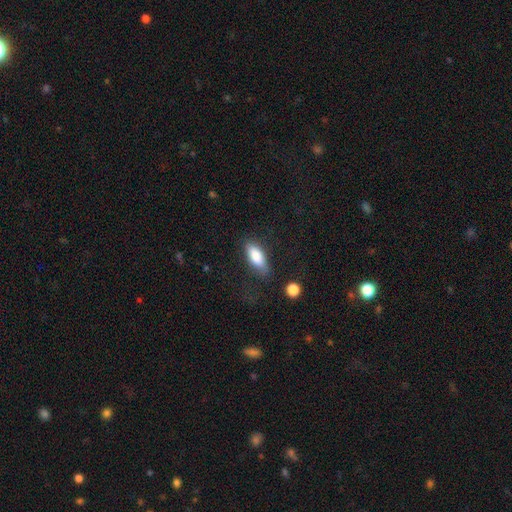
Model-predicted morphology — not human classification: A smooth galaxy with no disk features (82%) that is in between round and cigar-shaped (81%). Merging: none (71%).